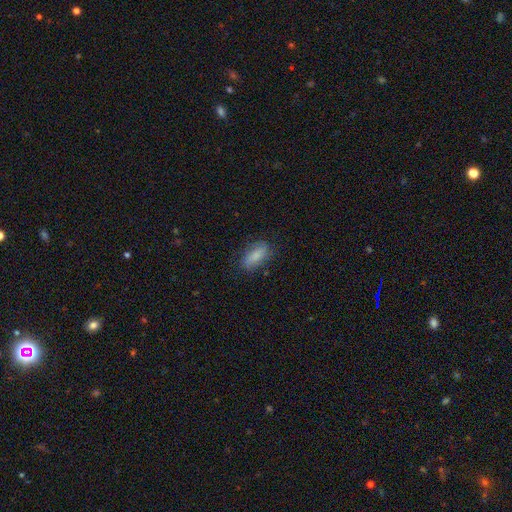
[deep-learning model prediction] Smooth or featured?
  - smooth: 82% *
  - featured or disk: 11%
  - star or artifact: 7%
How rounded?
  - in between: 79% *
  - cigar-shaped: 18%
  - round: 3%
Merging?
  - none: 78% *
  - minor disturbance: 16%
  - major disturbance: 4%
  - merger: 1%